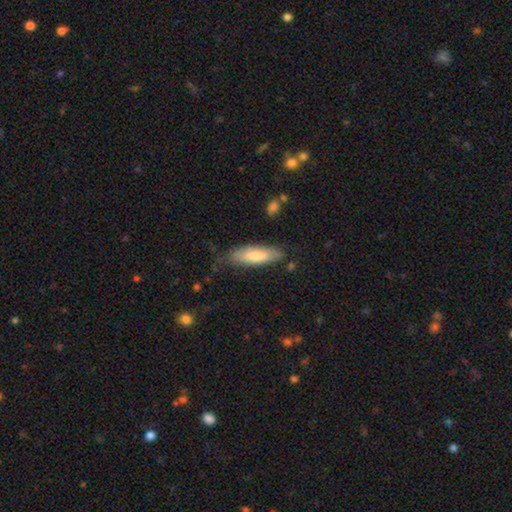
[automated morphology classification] Smooth or featured?
  - smooth: 75% *
  - featured or disk: 20%
  - star or artifact: 5%
How rounded?
  - cigar-shaped: 54% *
  - in between: 44%
  - round: 1%
Merging?
  - none: 73% *
  - minor disturbance: 20%
  - major disturbance: 5%
  - merger: 2%